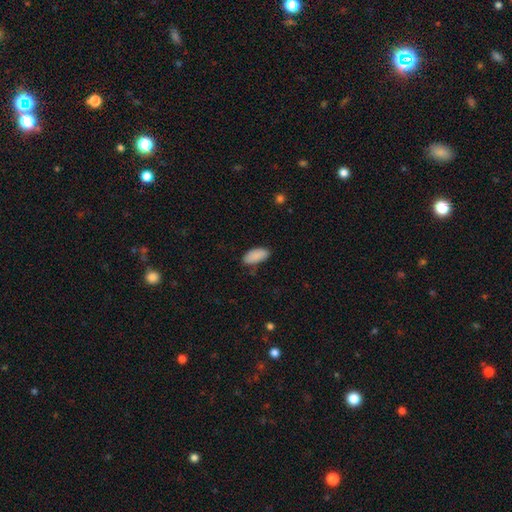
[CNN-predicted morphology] This appears to be a smooth galaxy with no disk features (89%) that is in between round and cigar-shaped (92%). Merging: none (79%).